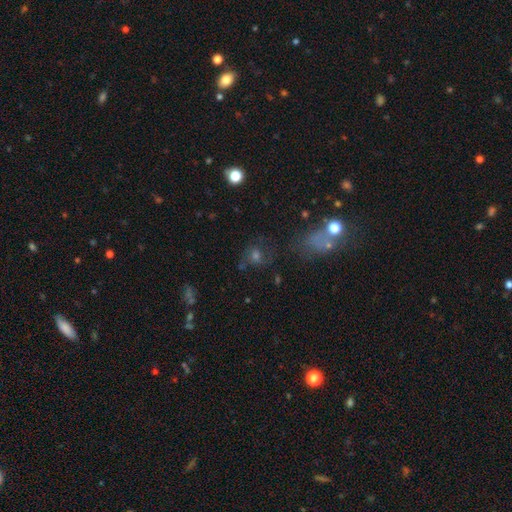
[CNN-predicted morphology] Smooth or featured?
  - smooth: 45% *
  - featured or disk: 28%
  - star or artifact: 27%
Merging?
  - none: 57% *
  - major disturbance: 19%
  - minor disturbance: 18%
  - merger: 7%